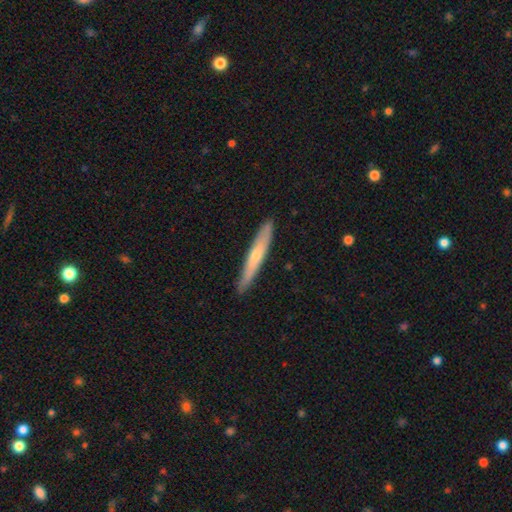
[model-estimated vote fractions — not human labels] smooth-or-featured: smooth: 50% | featured or disk: 45% | star or artifact: 5%
  merging: none: 89% | minor disturbance: 9% | major disturbance: 1% | merger: 1%